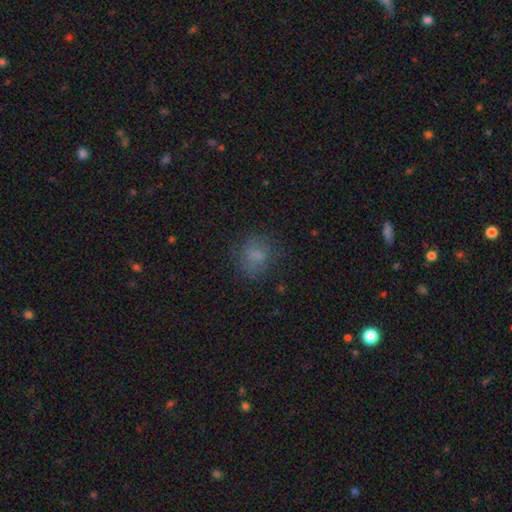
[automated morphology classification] A smooth galaxy with no disk features (68%) that is round (63%). Merging: none (69%).